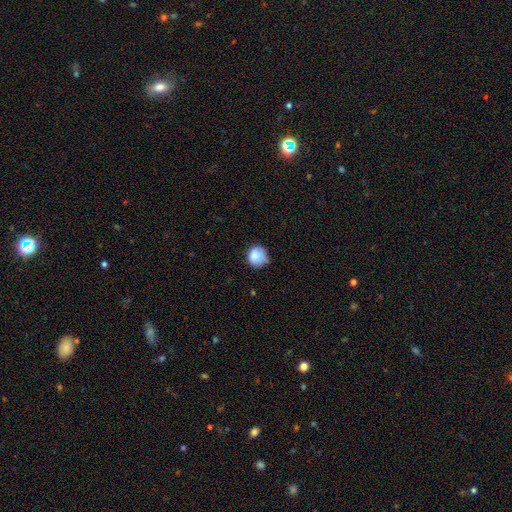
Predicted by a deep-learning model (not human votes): This is clearly a smooth galaxy (84%). How rounded: clearly round (84%). Merging: likely none (62%).